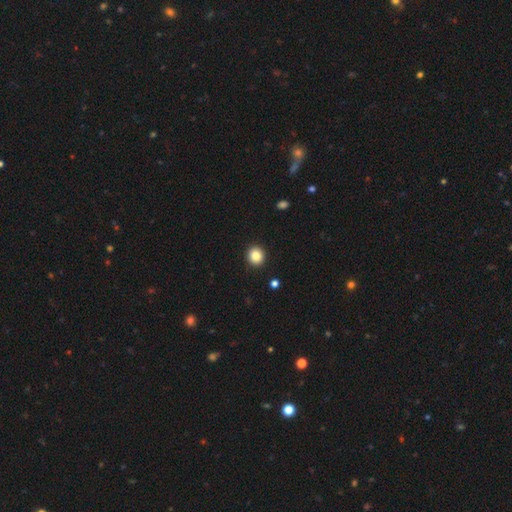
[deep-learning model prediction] smooth_or_featured: smooth (p=0.85) [alt: star or artifact p=0.10]
how_rounded: round (p=0.83) [alt: in between p=0.16]
merging: none (p=0.92) [alt: minor disturbance p=0.05]